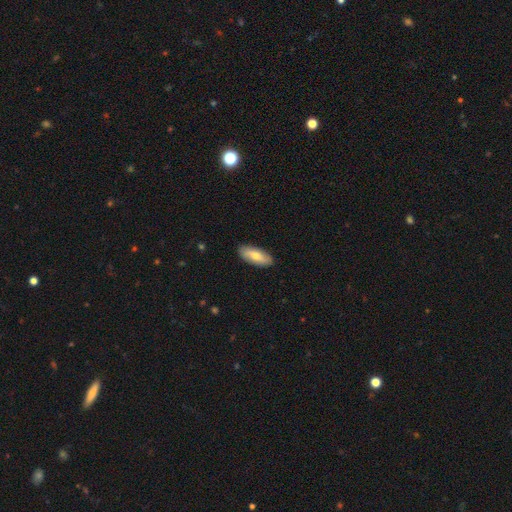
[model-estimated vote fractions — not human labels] This appears to be a smooth galaxy with no disk features (71%) that is in between round and cigar-shaped (81%). Merging: none (88%).